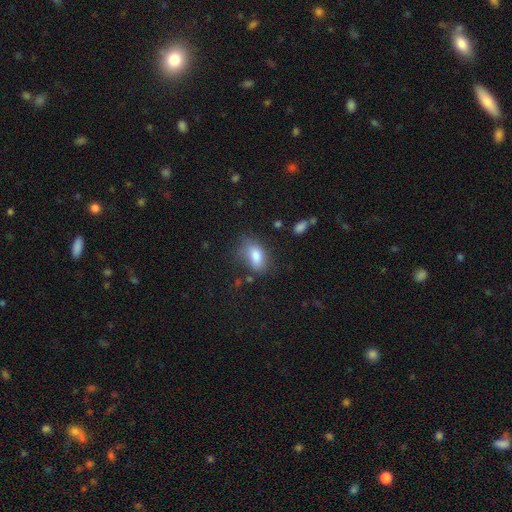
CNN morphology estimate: Smooth or featured? Predicted: smooth (p=0.81). How rounded? Predicted: in between (p=0.89). Merging? Predicted: none (p=0.59).